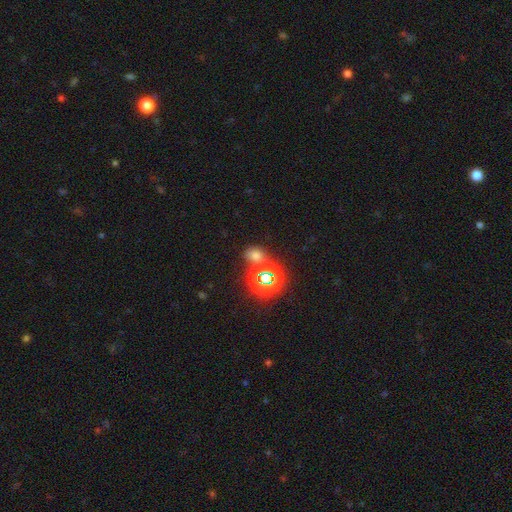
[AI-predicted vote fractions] smooth_or_featured: smooth (p=0.55) [alt: star or artifact p=0.38]
how_rounded: round (p=0.55) [alt: in between p=0.43]
merging: none (p=0.68) [alt: merger p=0.17]